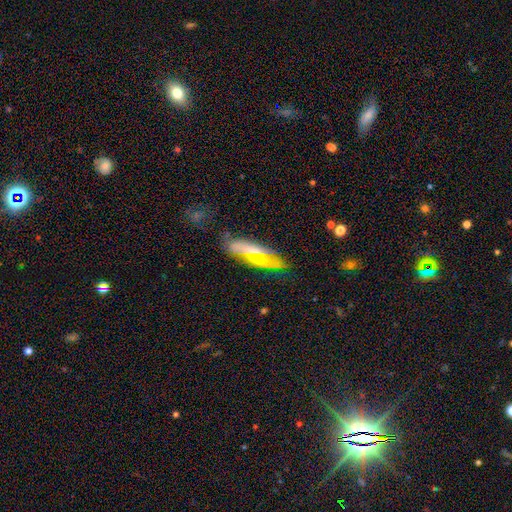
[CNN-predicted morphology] smooth-or-featured: smooth: 46% | featured or disk: 42% | star or artifact: 12%
  merging: none: 67% | minor disturbance: 20% | major disturbance: 7% | merger: 5%